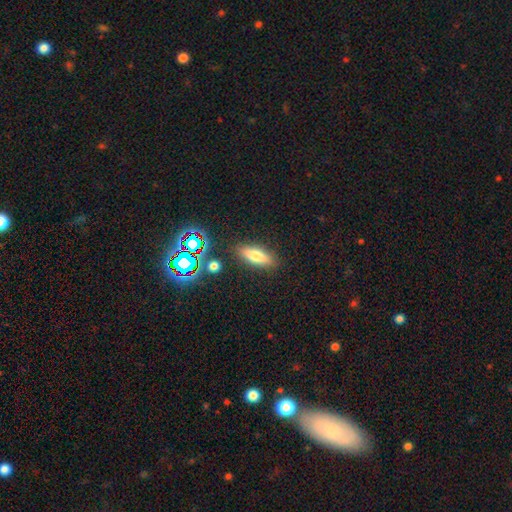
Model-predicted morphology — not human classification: A smooth galaxy with no disk features (69%) that is in between round and cigar-shaped (58%). Merging: none (85%).